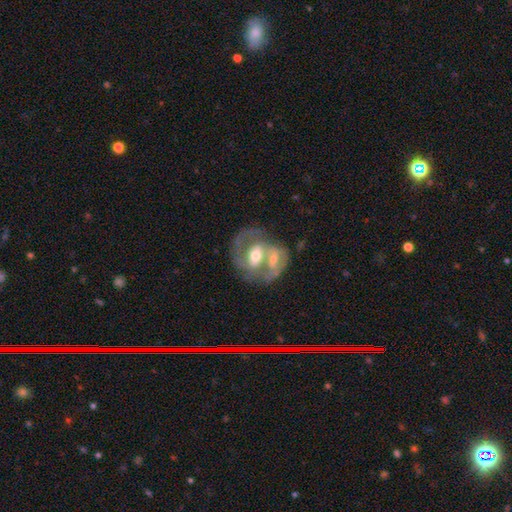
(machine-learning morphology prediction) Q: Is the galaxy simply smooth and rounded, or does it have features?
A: featured or disk — 73%.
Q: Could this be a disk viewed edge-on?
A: no — 96%.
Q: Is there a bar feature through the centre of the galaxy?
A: no — 39%.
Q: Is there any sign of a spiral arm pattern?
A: yes — 68%.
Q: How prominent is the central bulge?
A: moderate — 68%.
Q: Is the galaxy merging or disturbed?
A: merger — 60%.